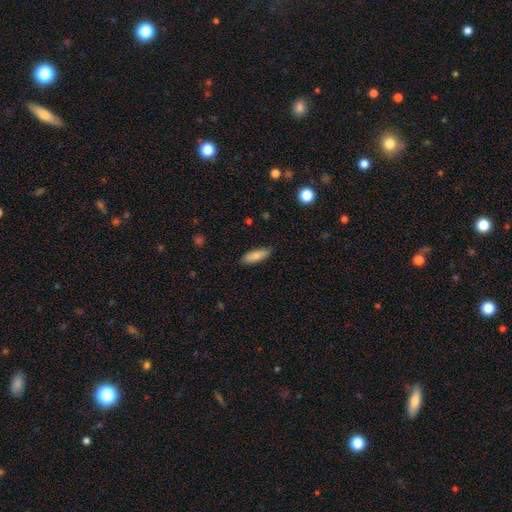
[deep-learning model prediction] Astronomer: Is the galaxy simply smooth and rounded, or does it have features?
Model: smooth — 85%.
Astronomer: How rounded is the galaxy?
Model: in between — 58% (runner-up: cigar-shaped, 40%).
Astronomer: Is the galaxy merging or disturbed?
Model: none — 85%.